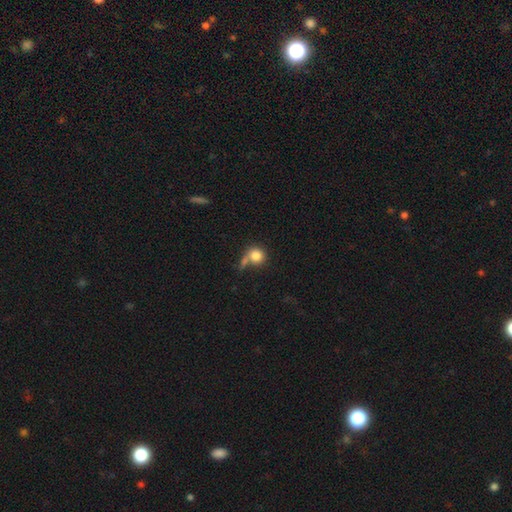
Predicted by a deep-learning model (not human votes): This appears to be a smooth galaxy with no disk features (81%) that is round (85%). Merging: none (46%).